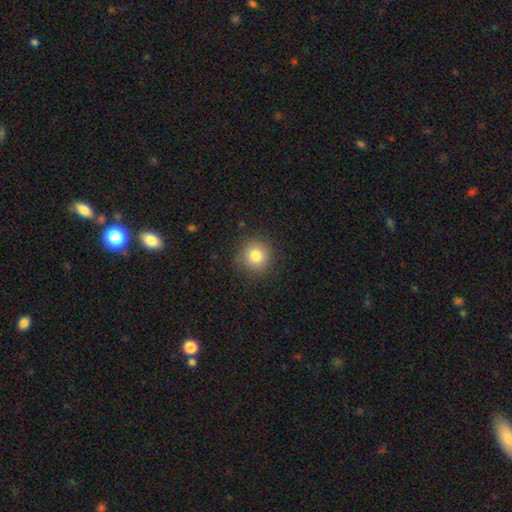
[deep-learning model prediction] A smooth galaxy with no disk features (81%) that is round (93%).

Vote fractions:
- Smooth or featured? smooth: 81% / star or artifact: 11% / featured or disk: 8%
- How rounded? round: 93% / in between: 6% / cigar-shaped: 1%
- Merging? none: 88% / minor disturbance: 8% / major disturbance: 3% / merger: 1%